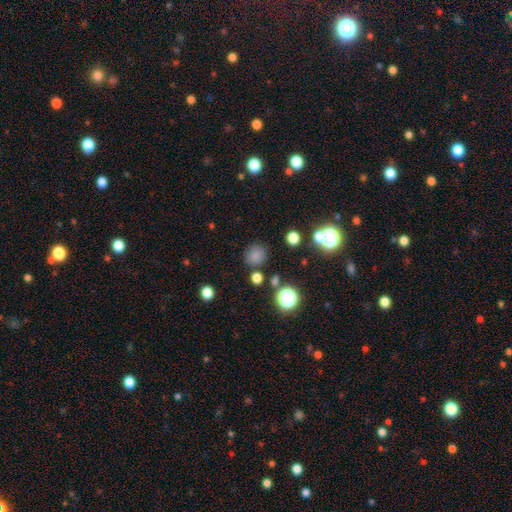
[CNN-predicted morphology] This appears to be a smooth galaxy with no disk features (76%) that is round (87%). Merging: none (81%).